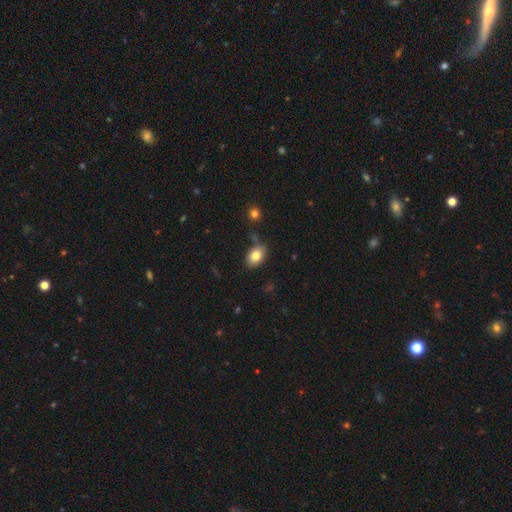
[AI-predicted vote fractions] smooth_or_featured: smooth (p=0.81) [alt: featured or disk p=0.10]
how_rounded: in between (p=0.86) [alt: round p=0.13]
merging: none (p=0.76) [alt: minor disturbance p=0.16]